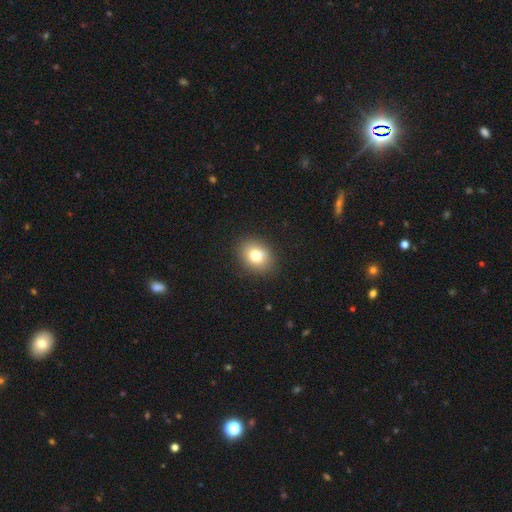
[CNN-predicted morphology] Smooth or featured?
  - smooth: 79% *
  - featured or disk: 11%
  - star or artifact: 11%
How rounded?
  - in between: 56% *
  - round: 43%
  - cigar-shaped: 1%
Merging?
  - none: 88% *
  - minor disturbance: 9%
  - major disturbance: 3%
  - merger: 1%